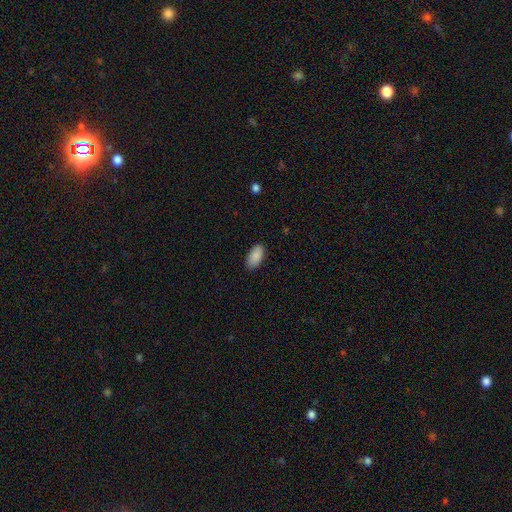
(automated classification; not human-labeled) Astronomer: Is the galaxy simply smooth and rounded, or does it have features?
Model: smooth — 90%.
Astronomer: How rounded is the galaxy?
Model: in between — 94%.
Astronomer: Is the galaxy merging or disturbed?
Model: none — 86%.